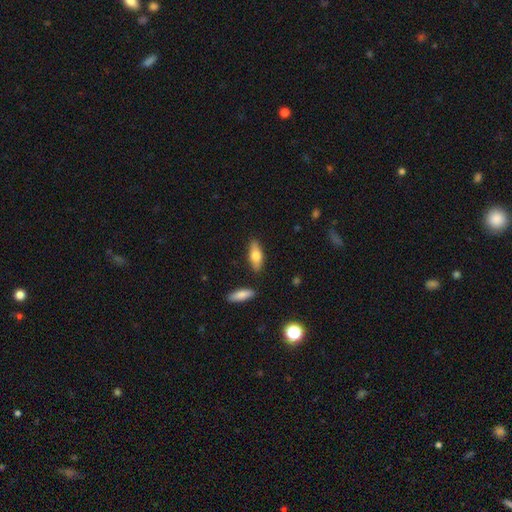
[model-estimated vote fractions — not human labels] Smooth or featured?
  - smooth: 68% *
  - featured or disk: 26%
  - star or artifact: 6%
How rounded?
  - in between: 68% *
  - cigar-shaped: 29%
  - round: 3%
Merging?
  - none: 83% *
  - minor disturbance: 11%
  - merger: 4%
  - major disturbance: 2%